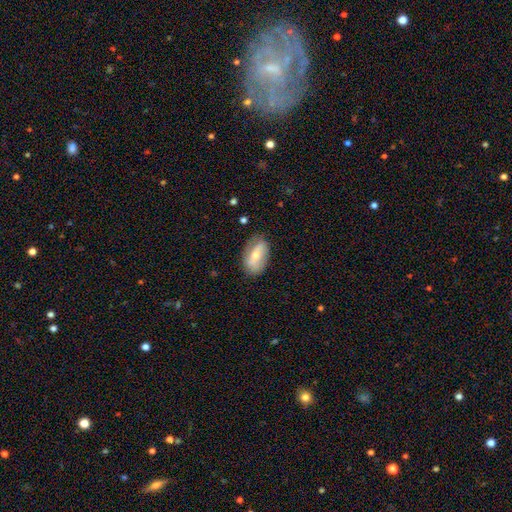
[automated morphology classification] smooth-or-featured: featured or disk: 47% | smooth: 46% | star or artifact: 7%
  merging: none: 73% | minor disturbance: 20% | major disturbance: 6% | merger: 1%